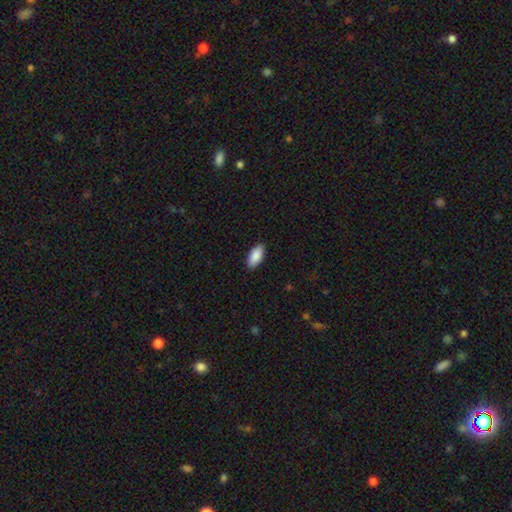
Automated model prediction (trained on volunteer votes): A smooth galaxy with no disk features (90%) that is in between round and cigar-shaped (91%). Merging: none (90%).